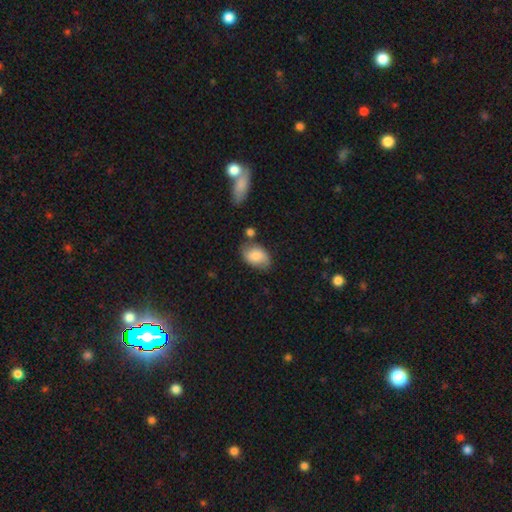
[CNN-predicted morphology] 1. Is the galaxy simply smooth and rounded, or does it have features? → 76% smooth, 17% featured or disk, 7% star or artifact.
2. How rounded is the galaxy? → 87% in between, 11% round, 1% cigar-shaped.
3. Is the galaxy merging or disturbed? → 65% none, 23% minor disturbance, 7% merger, 5% major disturbance.